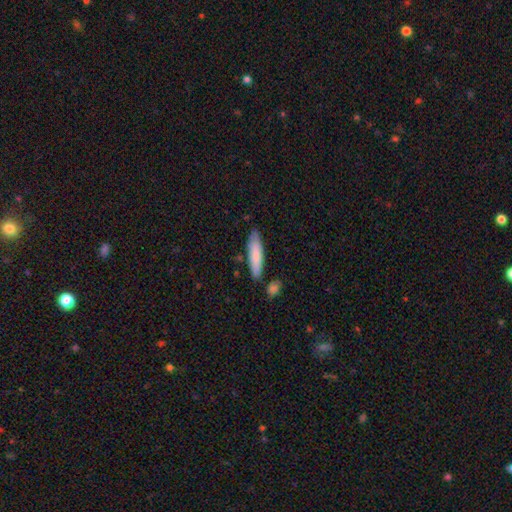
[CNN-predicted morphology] This is likely a smooth galaxy (79%). How rounded: likely cigar-shaped (73%). Merging: likely none (79%).